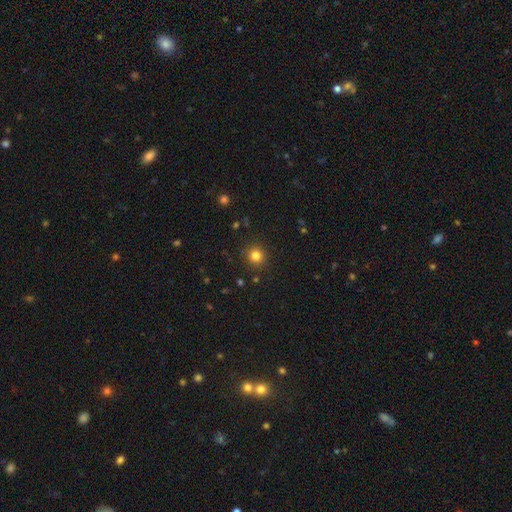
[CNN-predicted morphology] smooth 81%, star or artifact 14%, featured or disk 5%. Down the decision tree: how rounded — round (91%); merging — none (90%).